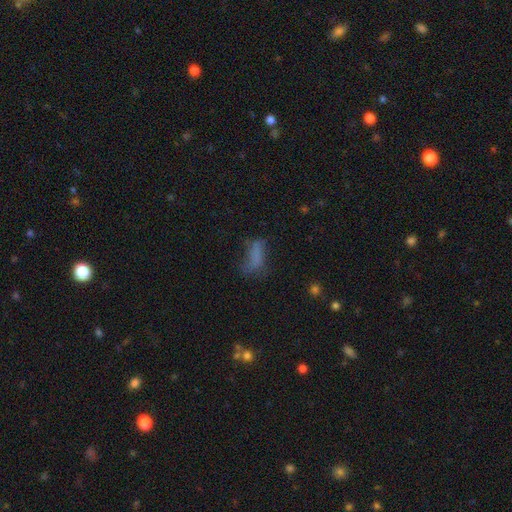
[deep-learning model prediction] The model was most divided on "merging": none: 38%, major disturbance: 30%, minor disturbance: 27%, merger: 6%. More confident: how rounded — in between (73%); smooth or featured — smooth (62%).